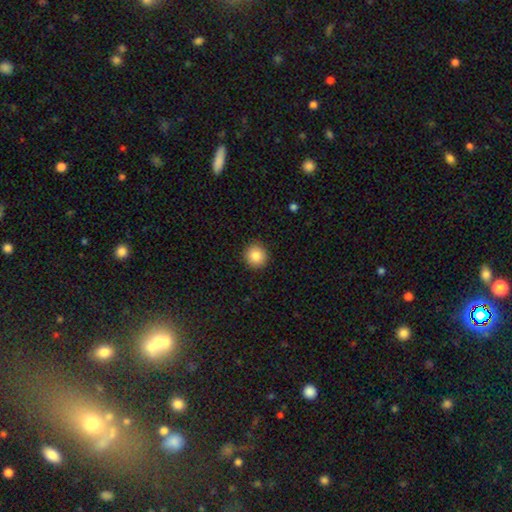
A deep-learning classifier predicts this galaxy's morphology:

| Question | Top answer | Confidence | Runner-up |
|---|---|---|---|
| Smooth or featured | smooth | 85% | star or artifact (9%) |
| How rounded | round | 93% | in between (6%) |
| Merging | none | 92% | minor disturbance (6%) |